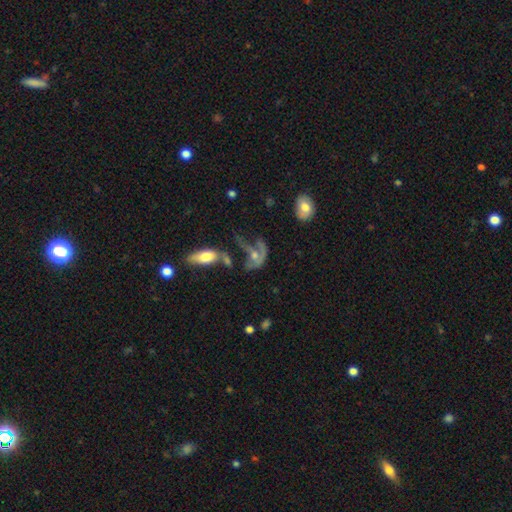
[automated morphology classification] The model was most divided on "bulge size": moderate: 44%, small: 34%, none: 13%, large: 7%, dominant: 2%. Remaining: edge-on disk — no (94%); bar — no (70%); smooth or featured — featured or disk (64%); spiral arms — yes (62%); merging — major disturbance (41%).